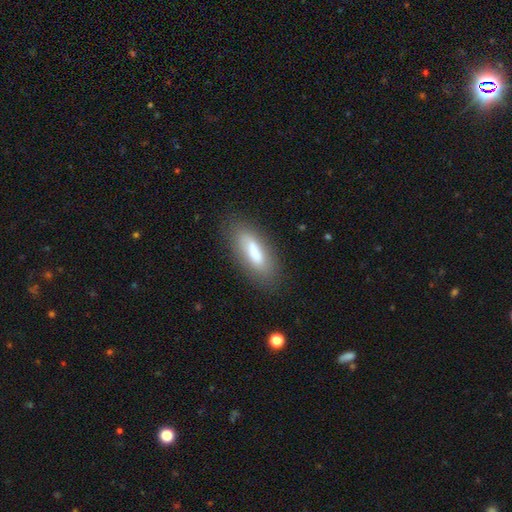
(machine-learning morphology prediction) Overall: smooth (71%). How rounded: in between (56%; cigar-shaped 41%). Merging: none (77%).